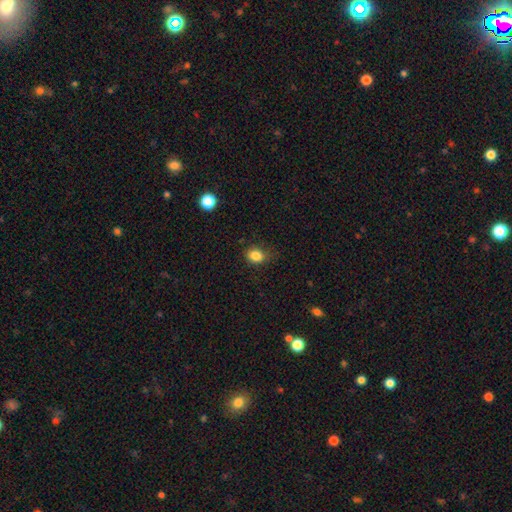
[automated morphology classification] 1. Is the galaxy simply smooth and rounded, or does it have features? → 84% smooth, 11% star or artifact, 5% featured or disk.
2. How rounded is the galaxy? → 53% in between, 46% round, 1% cigar-shaped.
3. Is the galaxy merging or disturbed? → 75% none, 19% minor disturbance, 5% major disturbance, 1% merger.